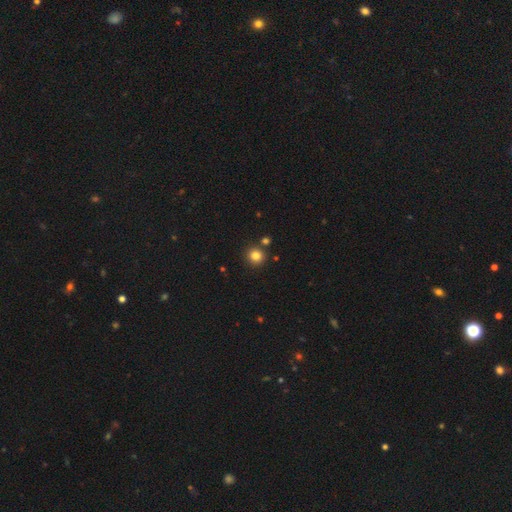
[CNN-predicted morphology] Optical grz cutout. It shows a smooth galaxy with no disk features (82%) that is round (93%). Merging: none (86%).